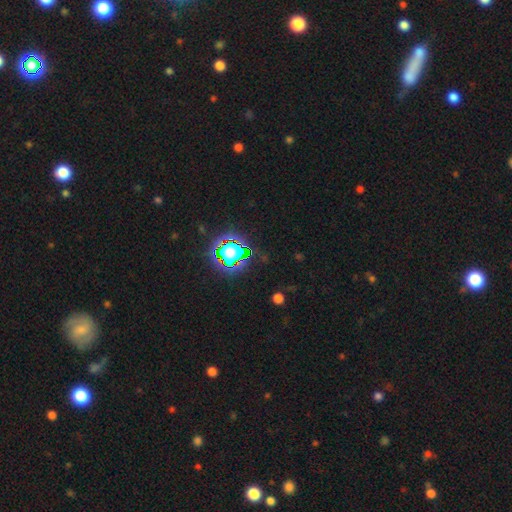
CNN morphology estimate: type=star or artifact (80%).